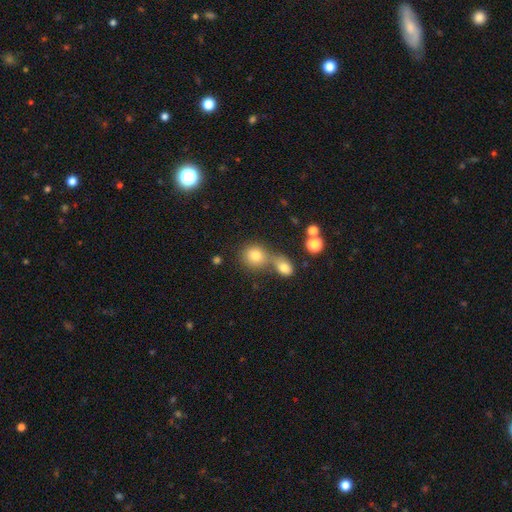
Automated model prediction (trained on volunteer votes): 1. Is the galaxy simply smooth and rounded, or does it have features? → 77% smooth, 13% star or artifact, 10% featured or disk.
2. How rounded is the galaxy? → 80% round, 18% in between, 1% cigar-shaped.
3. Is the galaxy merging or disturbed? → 46% none, 42% merger, 8% minor disturbance, 4% major disturbance.